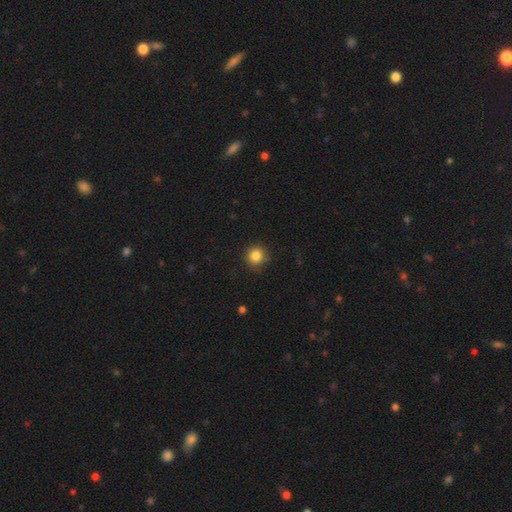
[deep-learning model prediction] smooth_or_featured: smooth (p=0.85) [alt: star or artifact p=0.11]
how_rounded: round (p=0.93) [alt: in between p=0.06]
merging: none (p=0.88) [alt: minor disturbance p=0.09]